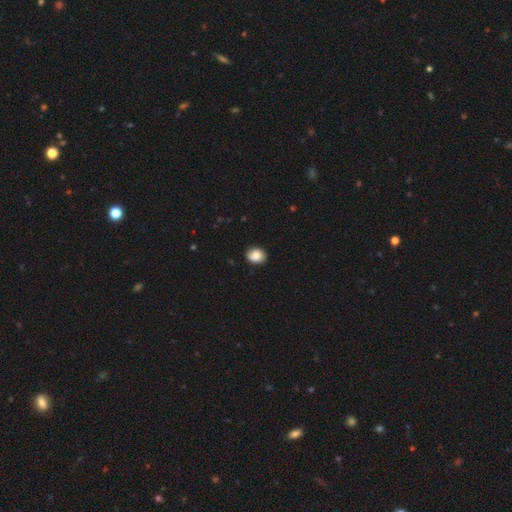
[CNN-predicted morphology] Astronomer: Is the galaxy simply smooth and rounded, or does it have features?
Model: smooth — 85%.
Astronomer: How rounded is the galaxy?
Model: round — 57% (runner-up: in between, 42%).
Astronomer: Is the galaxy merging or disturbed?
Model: none — 86%.